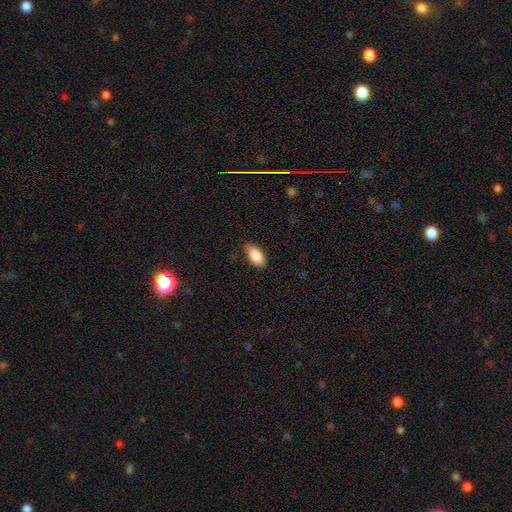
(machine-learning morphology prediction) smooth_or_featured: smooth (p=0.86) [alt: featured or disk p=0.08]
how_rounded: in between (p=0.88) [alt: cigar-shaped p=0.10]
merging: none (p=0.82) [alt: minor disturbance p=0.15]